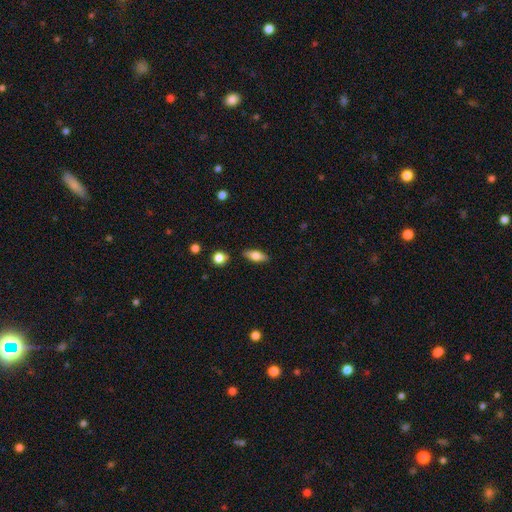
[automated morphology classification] smooth 68%, featured or disk 25%, star or artifact 7%. Down the decision tree: how rounded — in between (69%); merging — none (85%).